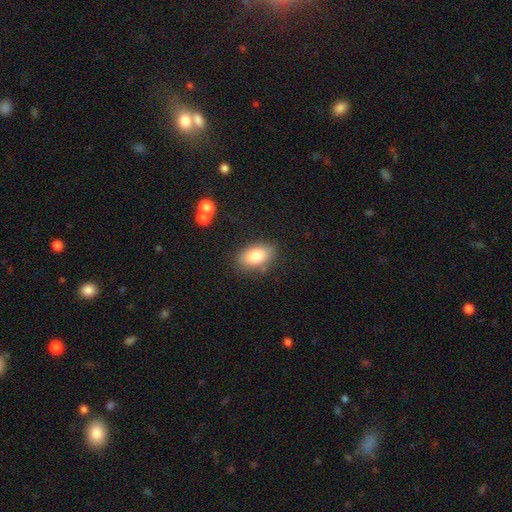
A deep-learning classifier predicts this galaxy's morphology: Overall: smooth (80%). How rounded: in between (90%). Merging: none (80%).